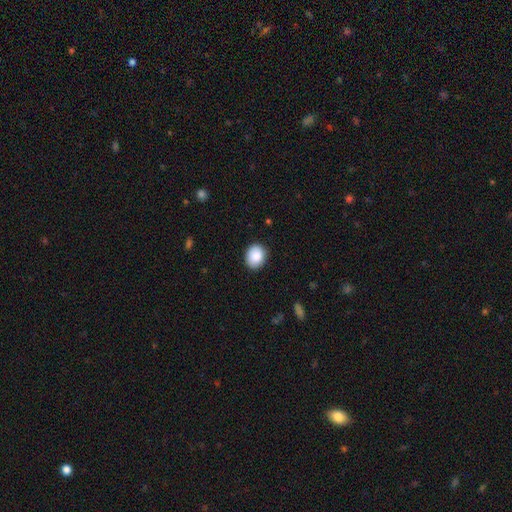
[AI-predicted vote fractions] Smooth or featured? smooth (88%)
How rounded? round (53%)
Merging? none (88%)